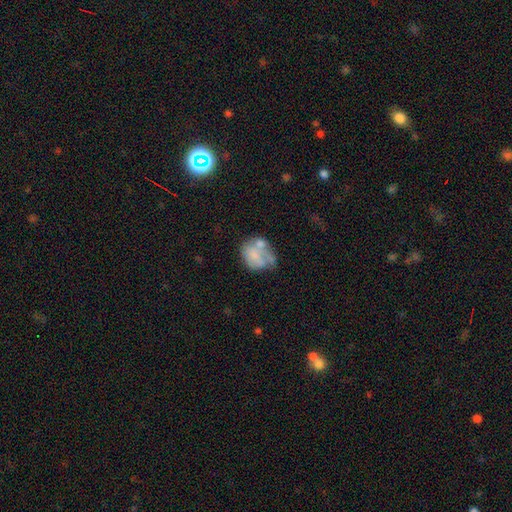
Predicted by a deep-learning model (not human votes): Smooth or featured?
  - smooth: 52% *
  - featured or disk: 39%
  - star or artifact: 9%
How rounded?
  - in between: 55% *
  - round: 44%
  - cigar-shaped: 1%
Merging?
  - none: 27% *
  - major disturbance: 25%
  - minor disturbance: 25%
  - merger: 24%